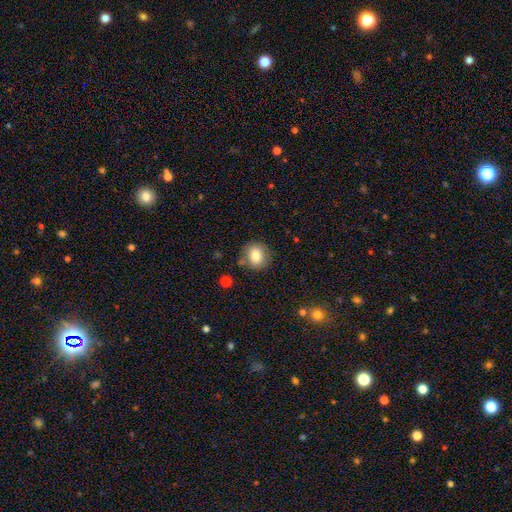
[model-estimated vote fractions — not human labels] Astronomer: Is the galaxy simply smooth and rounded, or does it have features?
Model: smooth — 81%.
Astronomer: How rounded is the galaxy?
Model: round — 80%.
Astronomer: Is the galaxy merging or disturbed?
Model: none — 79%.